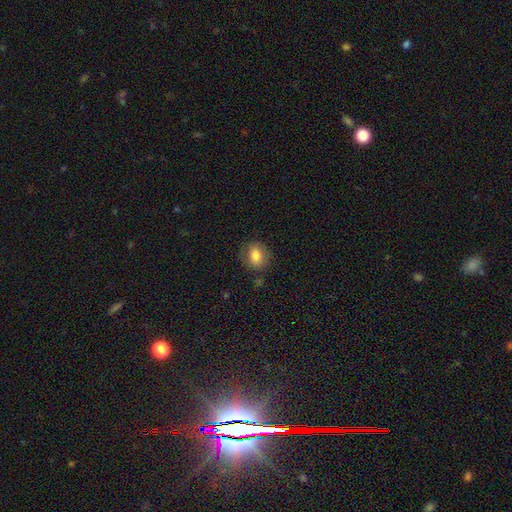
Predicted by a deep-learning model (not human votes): This appears to be a smooth galaxy with no disk features (81%) that is round (67%). Merging: none (82%).